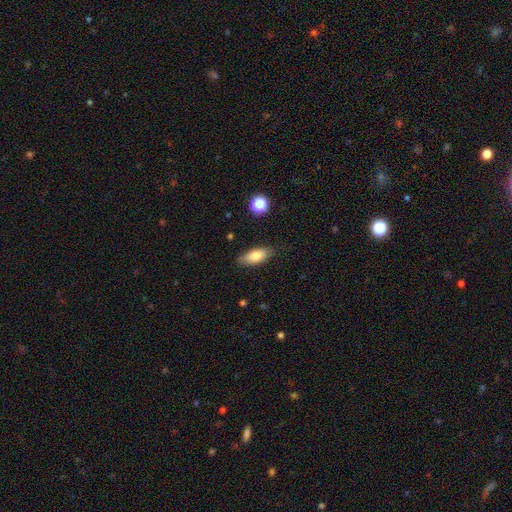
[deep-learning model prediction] smooth-or-featured: smooth: 79% | featured or disk: 14% | star or artifact: 7%
  how-rounded: in between: 83% | cigar-shaped: 14% | round: 3%
  merging: none: 82% | minor disturbance: 13% | major disturbance: 3% | merger: 1%